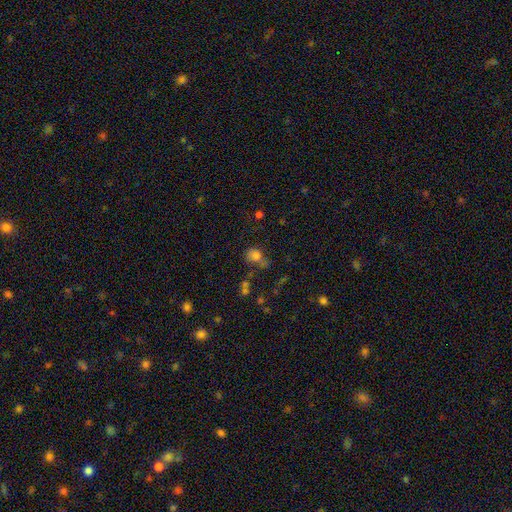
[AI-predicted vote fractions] Morphology: type=smooth (73%); roundness=round (59%); merging=none (44%).